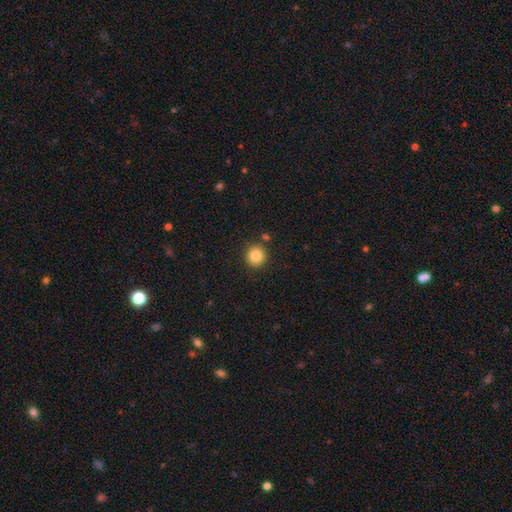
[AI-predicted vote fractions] The model was most divided on "smooth or featured": smooth: 84%, star or artifact: 10%, featured or disk: 6%. More confident: how rounded — round (93%); merging — none (87%).